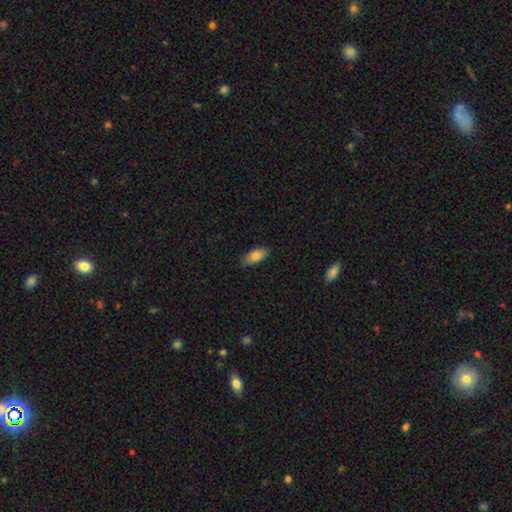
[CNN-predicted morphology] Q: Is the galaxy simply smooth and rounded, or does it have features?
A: smooth — 80%.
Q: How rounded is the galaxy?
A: in between — 87%.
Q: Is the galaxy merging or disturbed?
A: none — 86%.